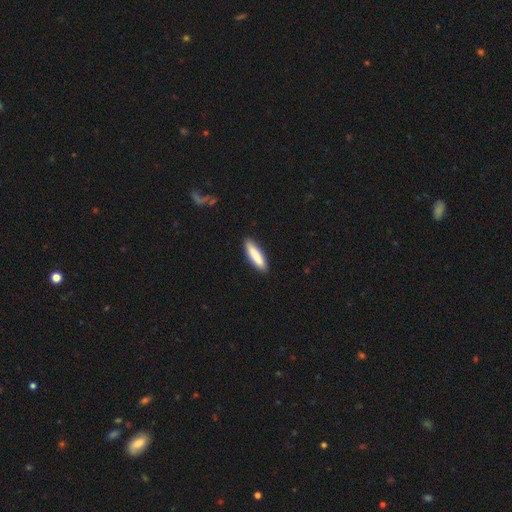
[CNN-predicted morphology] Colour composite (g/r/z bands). It shows a smooth galaxy with no disk features (84%) that is cigar-shaped (74%). Merging: none (89%).